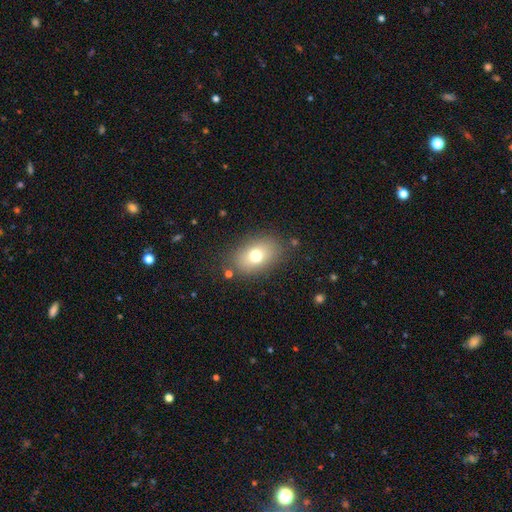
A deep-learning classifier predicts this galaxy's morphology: smooth_or_featured: smooth (p=0.73) [alt: featured or disk p=0.16]
how_rounded: in between (p=0.80) [alt: round p=0.19]
merging: none (p=0.81) [alt: minor disturbance p=0.12]